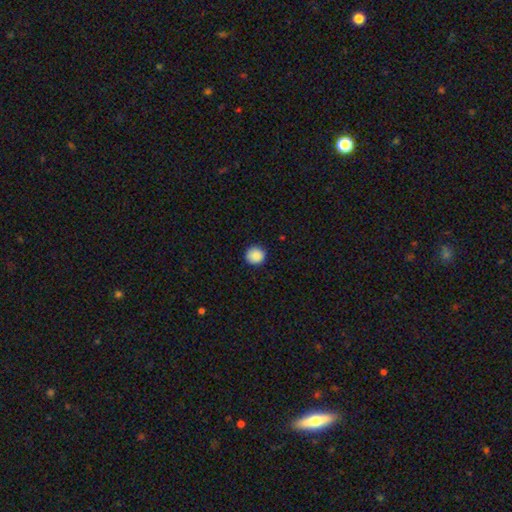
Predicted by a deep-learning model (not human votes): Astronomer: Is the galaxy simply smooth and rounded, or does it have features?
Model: smooth — 89%.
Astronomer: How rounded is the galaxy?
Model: round — 94%.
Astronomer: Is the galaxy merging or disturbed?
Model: none — 91%.